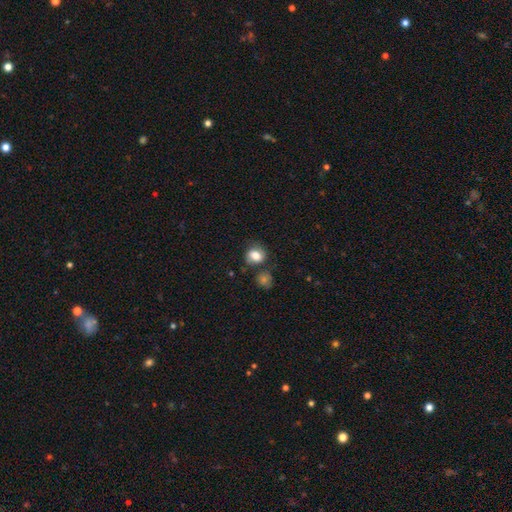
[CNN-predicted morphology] A smooth galaxy with no disk features (79%) that is round (58%). Merging: none (61%).